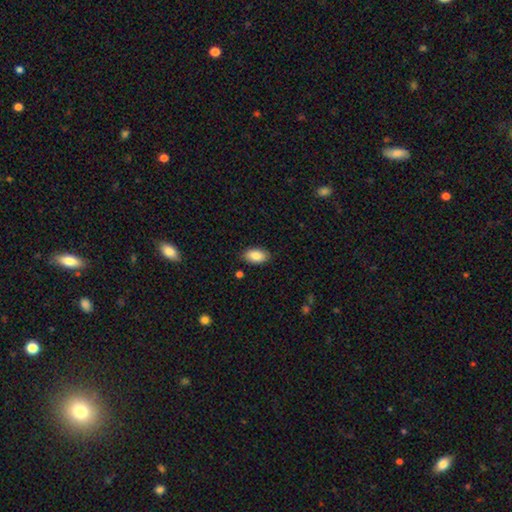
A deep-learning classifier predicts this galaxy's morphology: A smooth galaxy with no disk features (87%) that is in between round and cigar-shaped (94%). Merging: none (87%).